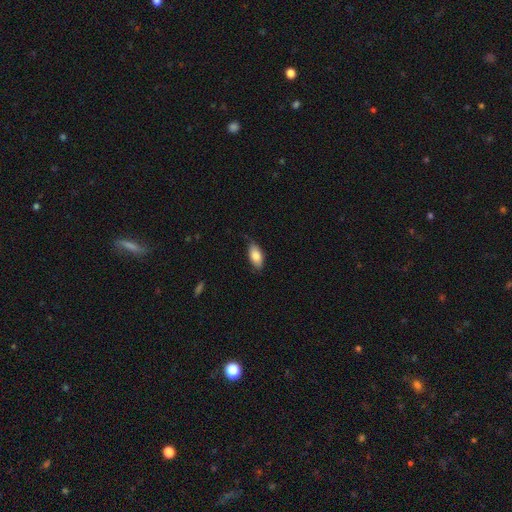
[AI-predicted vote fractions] smooth-or-featured: smooth: 83% | featured or disk: 11% | star or artifact: 6%
  how-rounded: in between: 90% | cigar-shaped: 7% | round: 3%
  merging: none: 77% | minor disturbance: 19% | major disturbance: 3% | merger: 1%